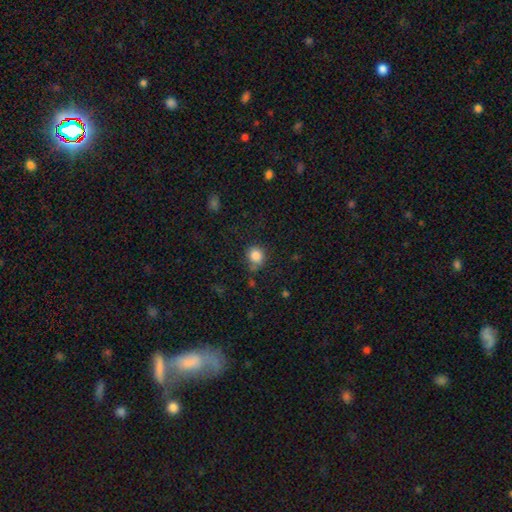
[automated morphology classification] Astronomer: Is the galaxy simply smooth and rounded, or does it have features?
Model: smooth — 85%.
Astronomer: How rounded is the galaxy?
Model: round — 83%.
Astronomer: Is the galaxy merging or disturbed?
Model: none — 70%.